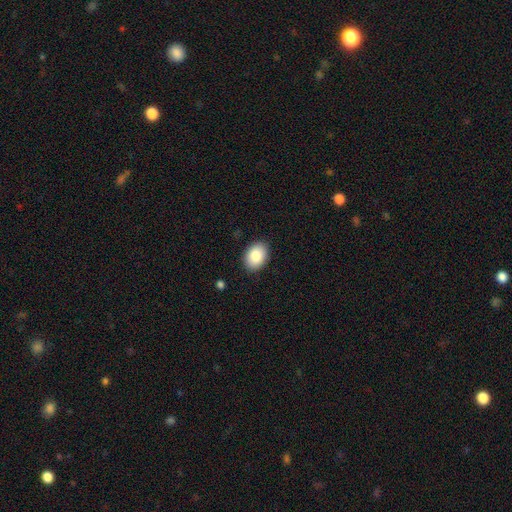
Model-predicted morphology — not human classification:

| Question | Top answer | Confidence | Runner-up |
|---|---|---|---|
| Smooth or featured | smooth | 87% | star or artifact (7%) |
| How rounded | in between | 81% | round (18%) |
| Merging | none | 89% | minor disturbance (8%) |